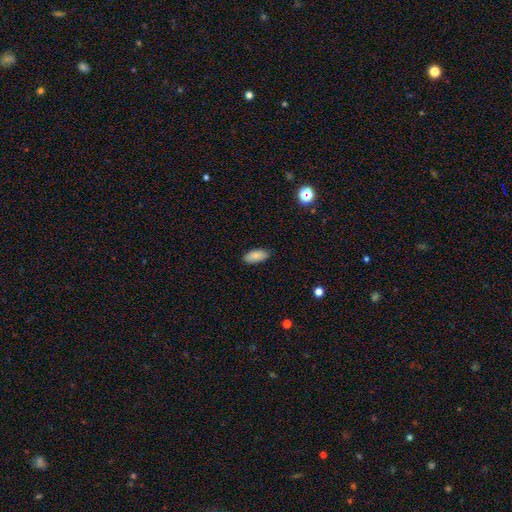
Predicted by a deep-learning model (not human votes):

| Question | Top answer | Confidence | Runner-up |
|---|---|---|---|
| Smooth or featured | smooth | 86% | star or artifact (7%) |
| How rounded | in between | 89% | cigar-shaped (8%) |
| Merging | none | 88% | minor disturbance (9%) |